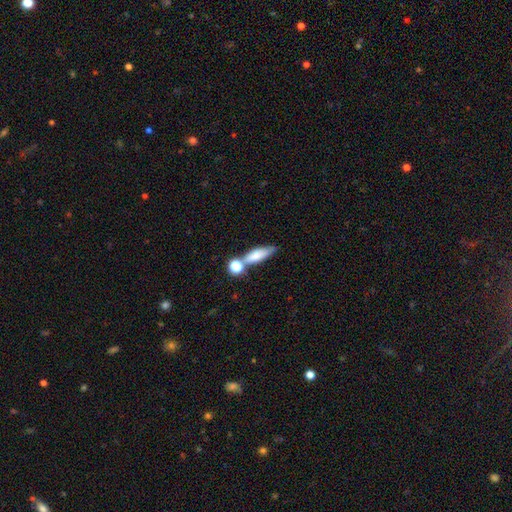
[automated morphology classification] smooth_or_featured: smooth (p=0.72) [alt: featured or disk p=0.19]
how_rounded: in between (p=0.48) [alt: cigar-shaped p=0.44]
merging: none (p=0.50) [alt: merger p=0.28]